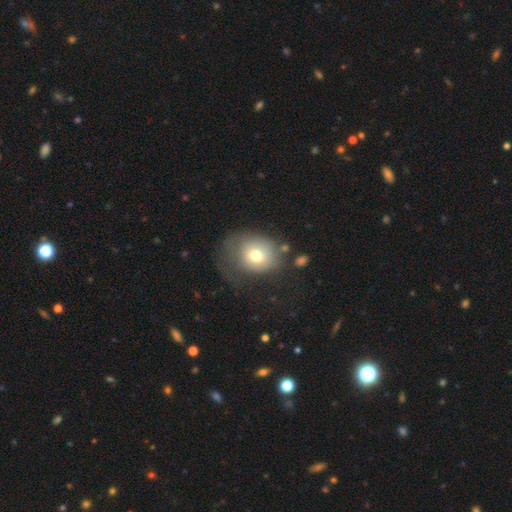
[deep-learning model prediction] Morphology: type=smooth (69%); roundness=round (65%); merging=none (36%).